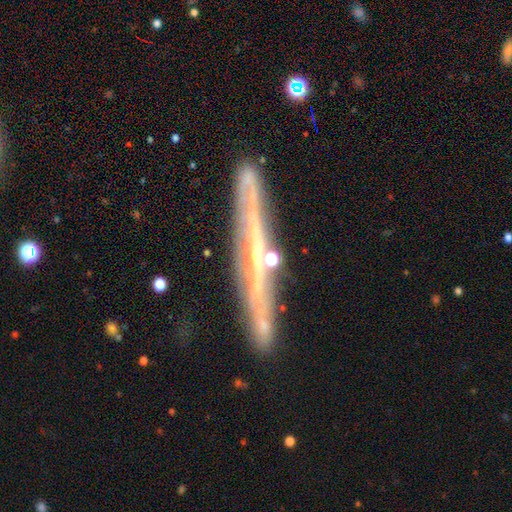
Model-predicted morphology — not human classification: smooth_or_featured: featured or disk (p=0.76) [alt: smooth p=0.15]
disk_edge_on: yes (p=0.94) [alt: no p=0.06]
edge_on_bulge: none (p=0.59) [alt: rounded p=0.35]
merging: none (p=0.83) [alt: minor disturbance p=0.11]